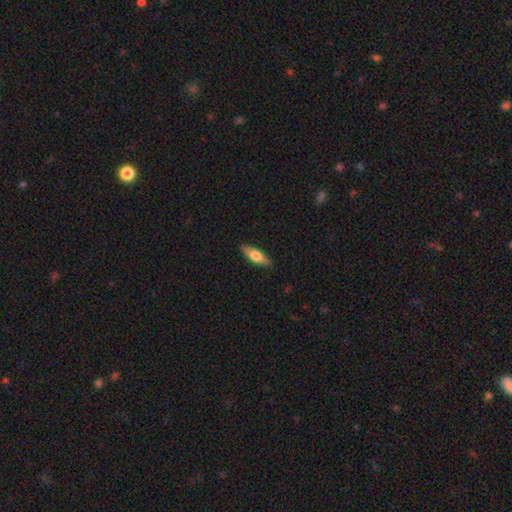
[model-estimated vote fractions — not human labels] Overall: smooth (62%; featured or disk 33%). How rounded: in between (52%; cigar-shaped 45%). Merging: none (88%).